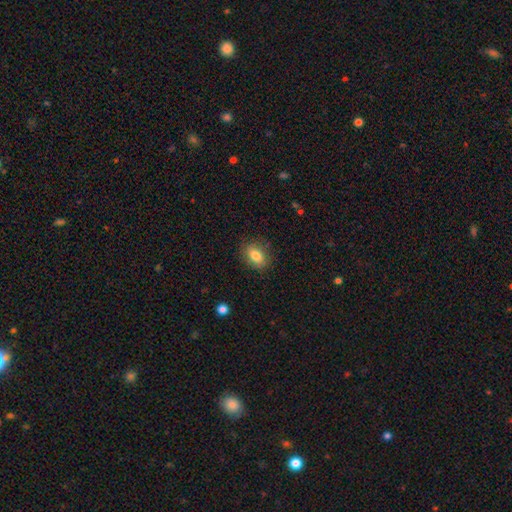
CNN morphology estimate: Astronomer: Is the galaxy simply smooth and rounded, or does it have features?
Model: smooth — 82%.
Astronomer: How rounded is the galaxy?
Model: in between — 75%.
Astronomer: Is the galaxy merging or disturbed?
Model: none — 82%.